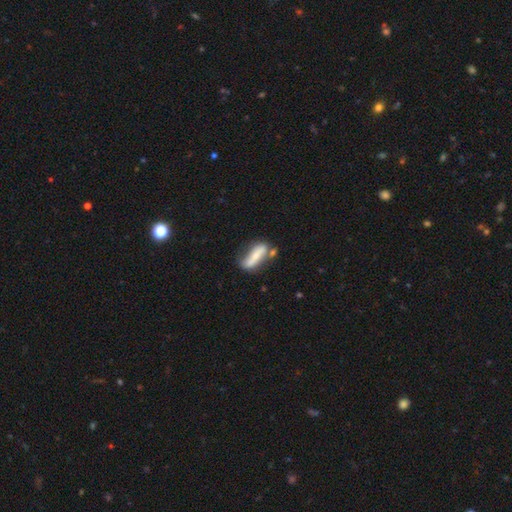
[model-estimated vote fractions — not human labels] This appears to be a smooth galaxy with no disk features (56%) that is cigar-shaped (59%). Merging: none (49%).